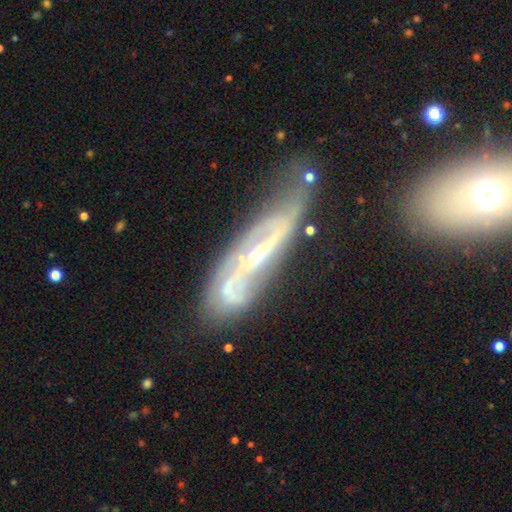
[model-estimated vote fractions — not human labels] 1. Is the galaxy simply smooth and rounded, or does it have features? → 85% featured or disk, 8% smooth, 7% star or artifact.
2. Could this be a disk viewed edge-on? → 80% no, 20% yes.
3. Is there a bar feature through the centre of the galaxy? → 35% strong, 34% weak, 31% no.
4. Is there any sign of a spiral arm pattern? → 92% yes, 8% no.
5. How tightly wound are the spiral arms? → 39% medium (tied), 39% loose (tied), 23% tight.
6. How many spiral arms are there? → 76% 2, 12% can't tell, 4% 3, 4% 1, 2% 4, 2% more than 4.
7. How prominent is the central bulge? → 68% small, 26% moderate, 3% none, 2% large, 1% dominant.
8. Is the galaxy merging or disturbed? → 55% none, 25% minor disturbance, 13% major disturbance, 7% merger.